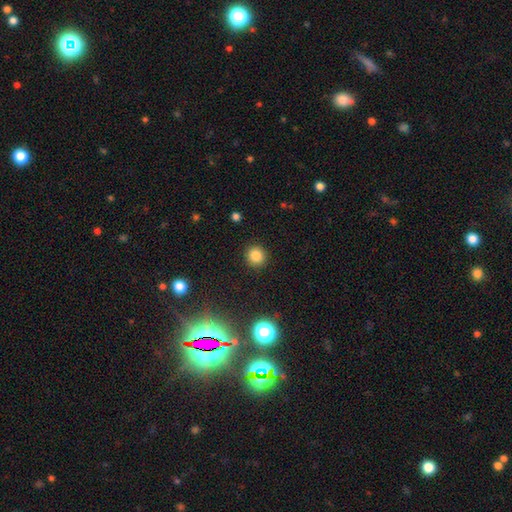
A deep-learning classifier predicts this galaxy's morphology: The model was most divided on "smooth or featured": smooth: 82%, star or artifact: 13%, featured or disk: 5%. More confident: how rounded — round (92%); merging — none (91%).